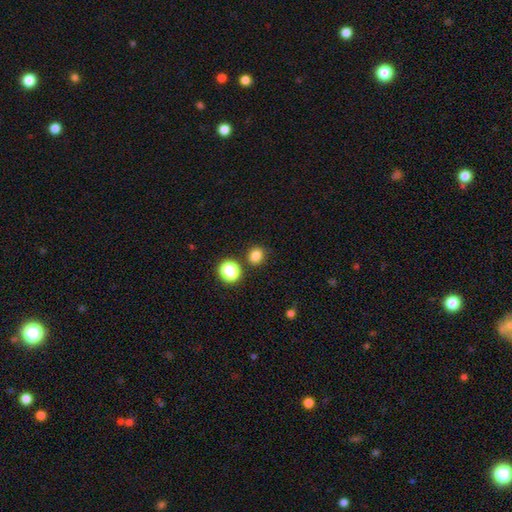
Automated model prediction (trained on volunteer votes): Smooth or featured? Predicted: smooth (p=0.81). How rounded? Predicted: round (p=0.76). Merging? Predicted: none (p=0.79).